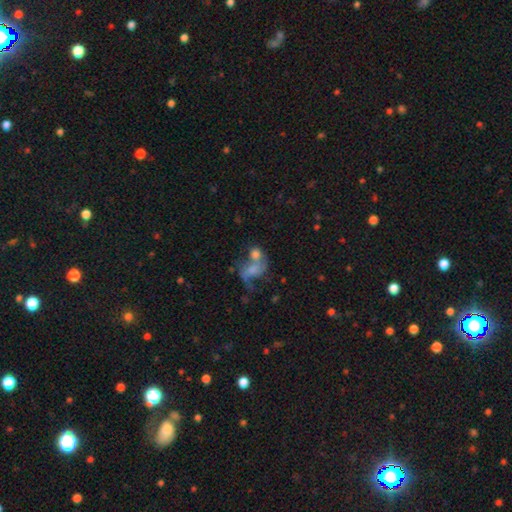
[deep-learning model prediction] This appears to be a featured or disk galaxy (50%). Merging: merger (43%).